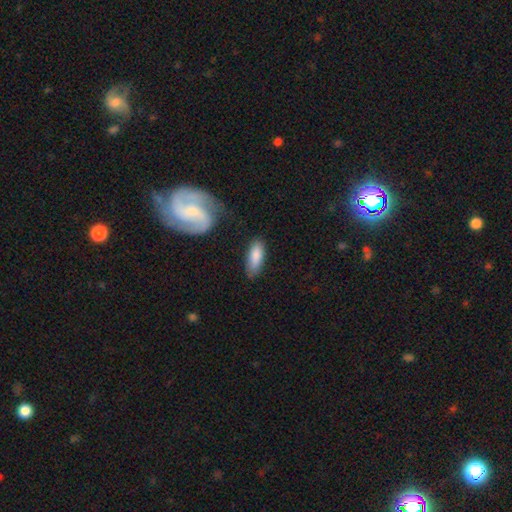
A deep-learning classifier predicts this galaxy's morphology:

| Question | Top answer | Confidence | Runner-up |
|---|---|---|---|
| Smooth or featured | smooth | 84% | featured or disk (10%) |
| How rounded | in between | 70% | cigar-shaped (28%) |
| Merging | none | 75% | minor disturbance (18%) |